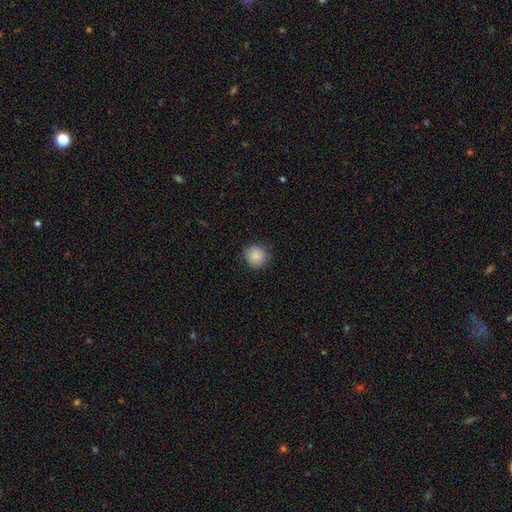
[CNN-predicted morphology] A smooth galaxy with no disk features (87%) that is round (91%). Merging: none (84%).